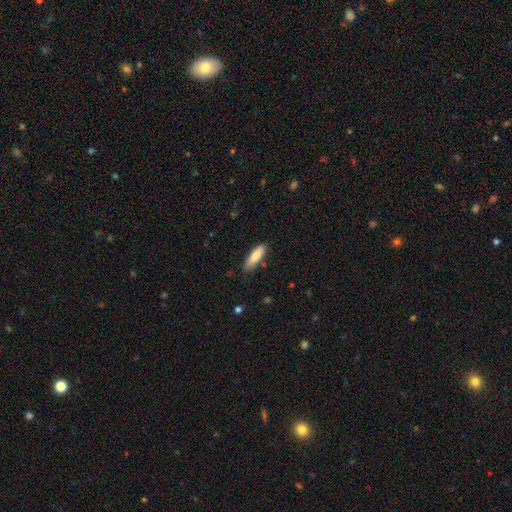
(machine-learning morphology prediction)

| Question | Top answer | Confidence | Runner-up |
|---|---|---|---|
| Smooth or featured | smooth | 80% | featured or disk (14%) |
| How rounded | cigar-shaped | 51% | in between (47%) |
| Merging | none | 82% | minor disturbance (14%) |